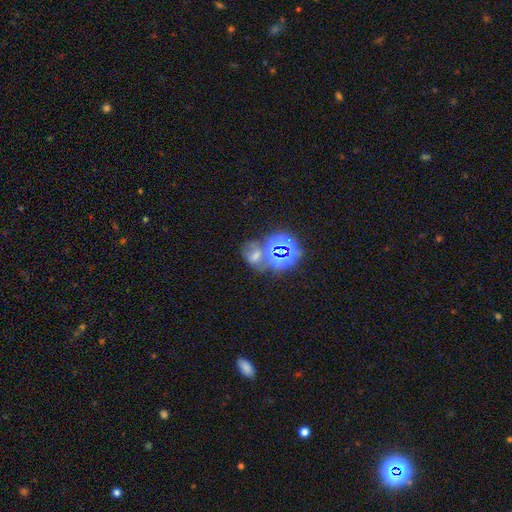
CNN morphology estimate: smooth-or-featured: star or artifact: 53% | smooth: 30% | featured or disk: 17%